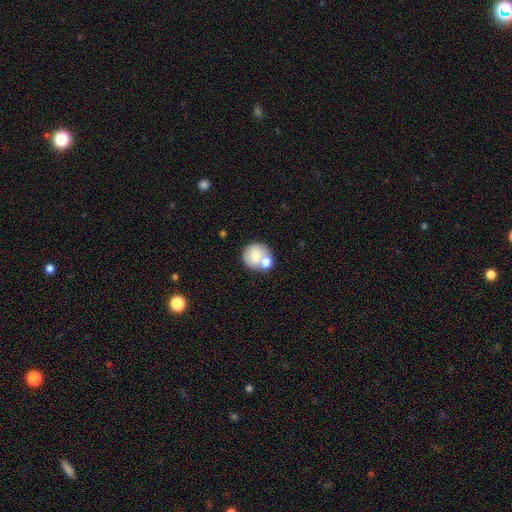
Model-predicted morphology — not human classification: Smooth or featured: smooth — 74% (featured or disk — 18%)
How rounded: round — 86% (in between — 13%)
Merging: none — 46% (merger — 39%)